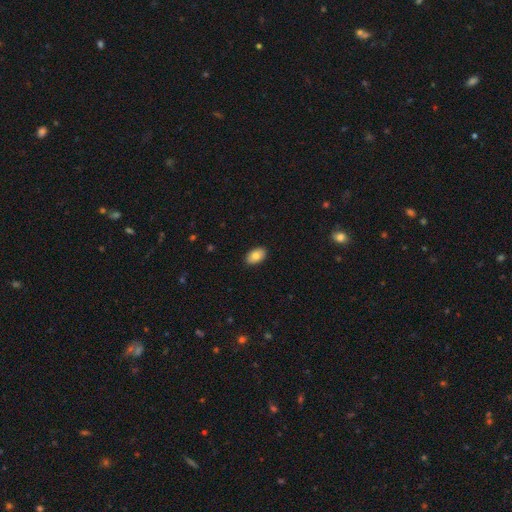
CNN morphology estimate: smooth_or_featured: smooth (p=0.80) [alt: featured or disk p=0.12]
how_rounded: in between (p=0.92) [alt: round p=0.07]
merging: none (p=0.89) [alt: minor disturbance p=0.08]